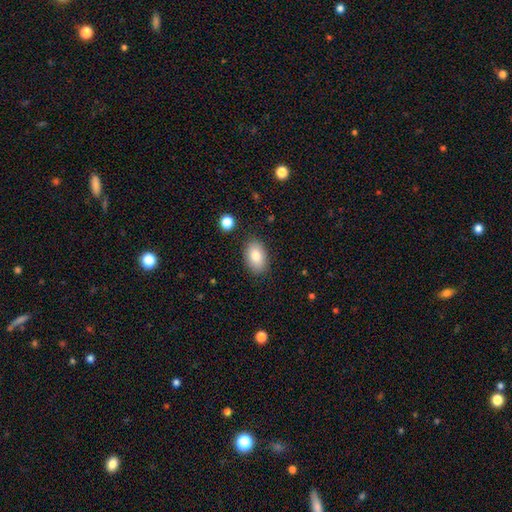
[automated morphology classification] Overall: smooth (83%). How rounded: in between (90%). Merging: none (86%).